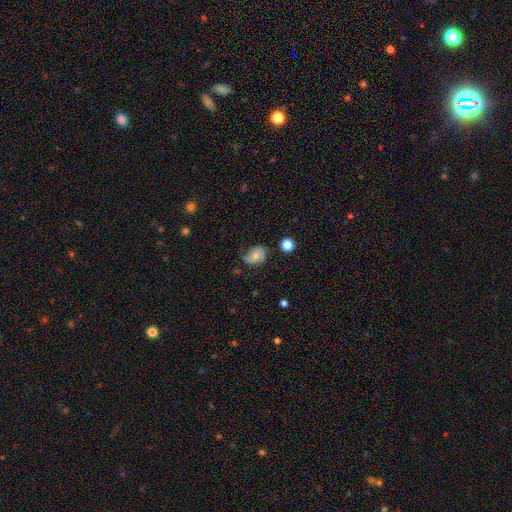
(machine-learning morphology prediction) type=featured or disk (45%, tied with smooth); merging=none (50%).